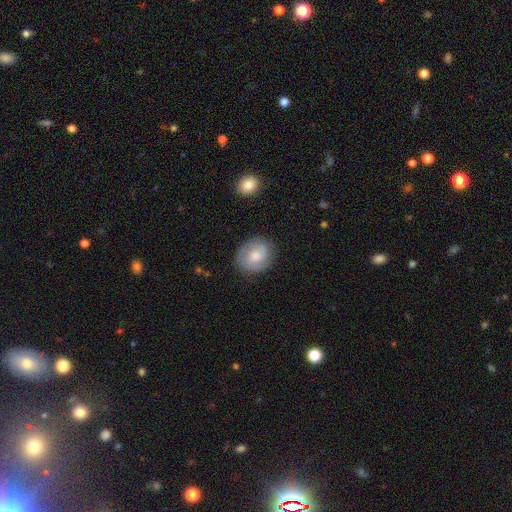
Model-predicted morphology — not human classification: Smooth or featured? featured or disk (66%)
Edge-on disk? no (98%)
Bar? no (57%)
Spiral arms? yes (92%)
Spiral winding? tight (47%)
Spiral arm count? 2 (76%)
Bulge size? moderate (49%)
Merging? none (81%)